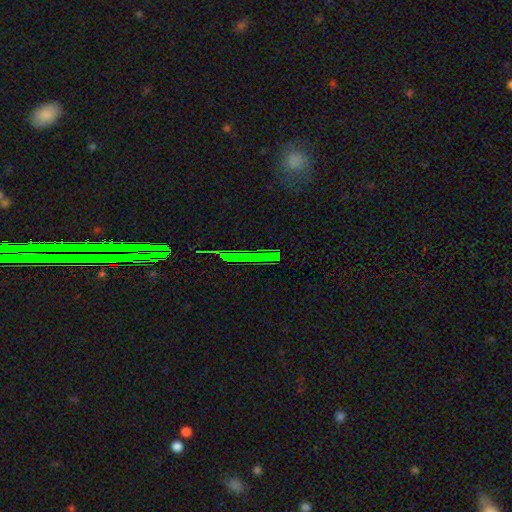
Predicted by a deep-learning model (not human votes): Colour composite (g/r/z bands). It shows a star or artifact, not a galaxy (62%).